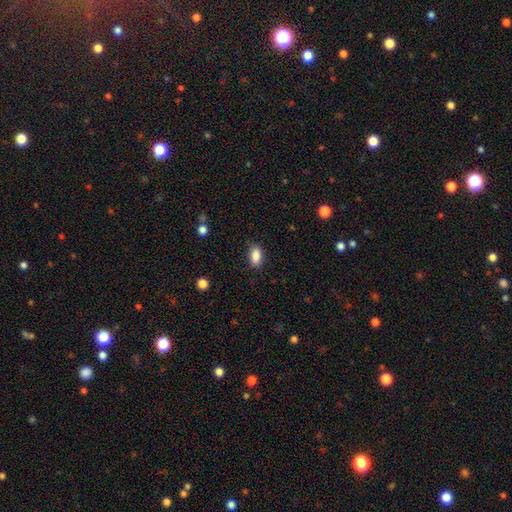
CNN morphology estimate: Overall: smooth (88%). How rounded: in between (89%). Merging: none (85%).